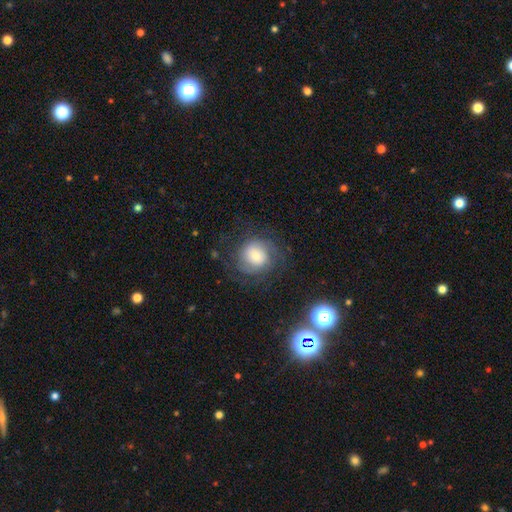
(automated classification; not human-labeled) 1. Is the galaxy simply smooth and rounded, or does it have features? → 53% featured or disk, 37% smooth, 10% star or artifact.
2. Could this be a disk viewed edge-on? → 97% no, 3% yes.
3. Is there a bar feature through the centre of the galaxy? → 58% no, 34% weak, 8% strong.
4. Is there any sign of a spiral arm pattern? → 84% yes, 16% no.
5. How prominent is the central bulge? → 44% moderate, 29% small, 21% large, 4% dominant, 2% none.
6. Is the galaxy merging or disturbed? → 68% none, 16% minor disturbance, 15% major disturbance, 1% merger.